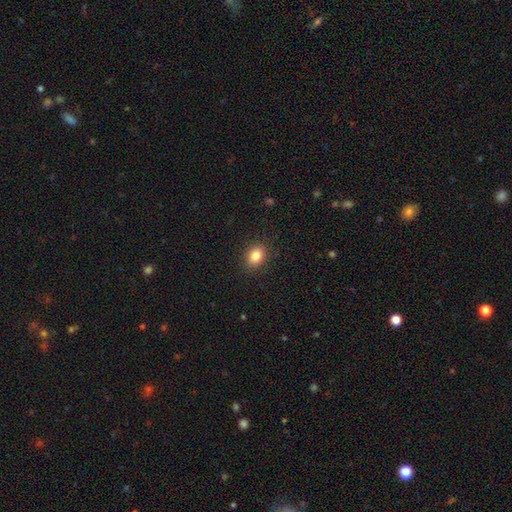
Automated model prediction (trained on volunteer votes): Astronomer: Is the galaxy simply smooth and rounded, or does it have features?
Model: smooth — 85%.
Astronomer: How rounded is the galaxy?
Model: in between — 63%.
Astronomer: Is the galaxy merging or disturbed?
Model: none — 88%.